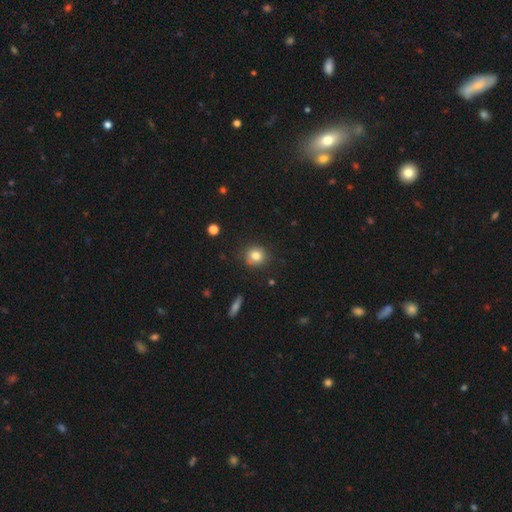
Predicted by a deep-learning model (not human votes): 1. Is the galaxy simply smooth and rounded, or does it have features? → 81% smooth, 11% star or artifact, 8% featured or disk.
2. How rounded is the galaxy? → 87% round, 12% in between, 1% cigar-shaped.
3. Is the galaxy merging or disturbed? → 84% none, 11% minor disturbance, 3% major disturbance, 2% merger.